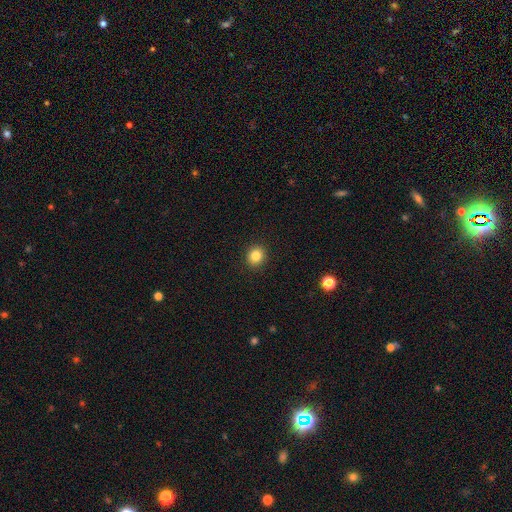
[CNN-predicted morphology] Smooth or featured?
  - smooth: 83% *
  - star or artifact: 11%
  - featured or disk: 6%
How rounded?
  - round: 83% *
  - in between: 16%
  - cigar-shaped: 1%
Merging?
  - none: 92% *
  - minor disturbance: 5%
  - major disturbance: 2%
  - merger: 1%